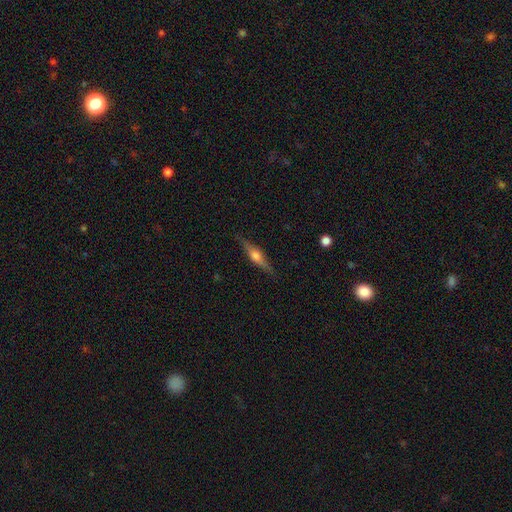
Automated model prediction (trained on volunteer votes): smooth_or_featured: featured or disk (p=0.64) [alt: smooth p=0.29]
disk_edge_on: yes (p=0.96) [alt: no p=0.04]
edge_on_bulge: rounded (p=0.91) [alt: boxy p=0.06]
merging: none (p=0.87) [alt: minor disturbance p=0.10]